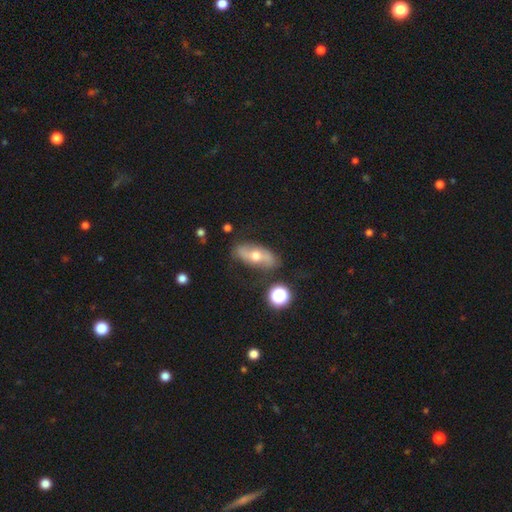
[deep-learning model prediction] The model was most divided on "smooth or featured": featured or disk: 53%, smooth: 39%, star or artifact: 8%. More confident: merging — none (77%); edge-on disk — no (72%).